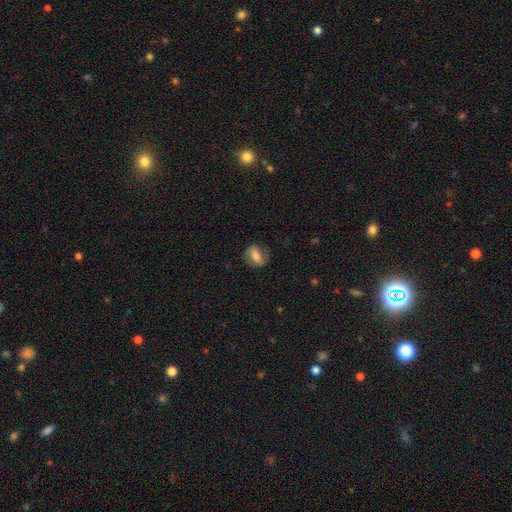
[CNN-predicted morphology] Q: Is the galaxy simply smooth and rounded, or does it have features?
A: smooth — 47%.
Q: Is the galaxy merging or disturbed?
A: none — 75%.